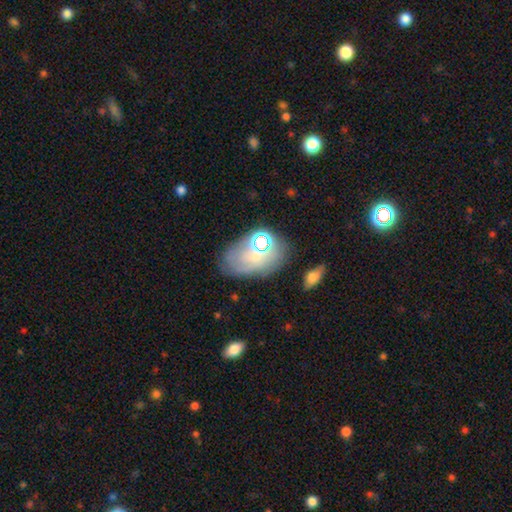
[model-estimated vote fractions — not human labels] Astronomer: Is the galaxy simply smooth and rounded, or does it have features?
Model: smooth — 49% (runner-up: featured or disk, 32%).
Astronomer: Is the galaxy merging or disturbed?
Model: none — 55%.